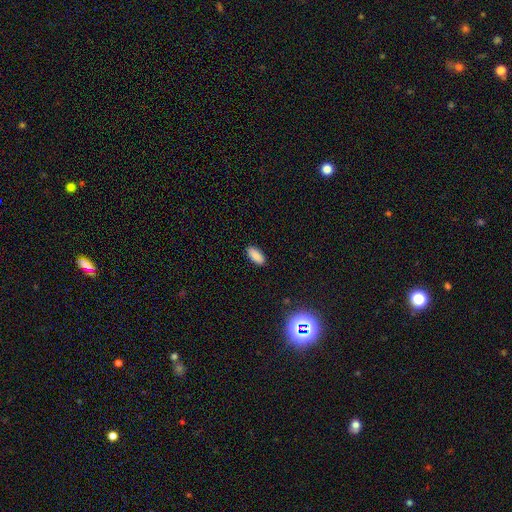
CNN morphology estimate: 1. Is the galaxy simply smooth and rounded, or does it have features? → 88% smooth, 8% star or artifact, 4% featured or disk.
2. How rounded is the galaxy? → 85% in between, 13% cigar-shaped, 2% round.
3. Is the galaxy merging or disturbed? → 90% none, 8% minor disturbance, 2% major disturbance, 1% merger.